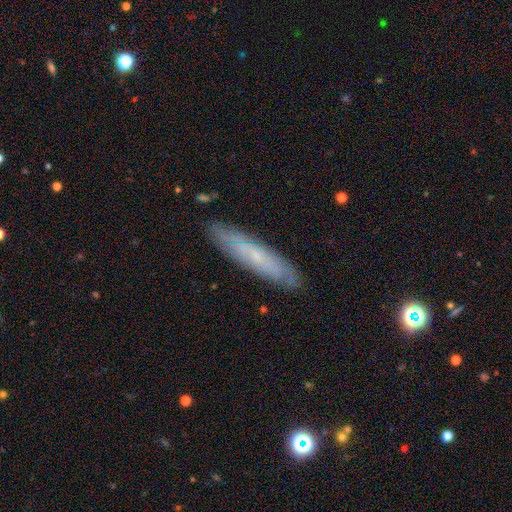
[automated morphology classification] smooth_or_featured: featured or disk (p=0.53) [alt: smooth p=0.39]
disk_edge_on: yes (p=0.54) [alt: no p=0.46]
merging: none (p=0.85) [alt: minor disturbance p=0.11]